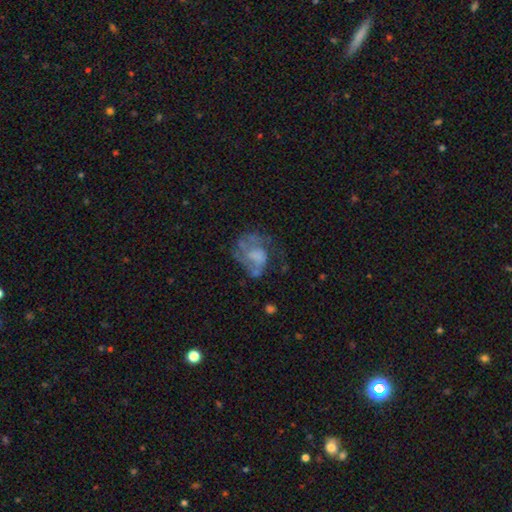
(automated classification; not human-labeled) A featured or disk galaxy (57%) with no bar (76%), no spiral arms (52%) and no central bulge (47%). Merging: none (37%).